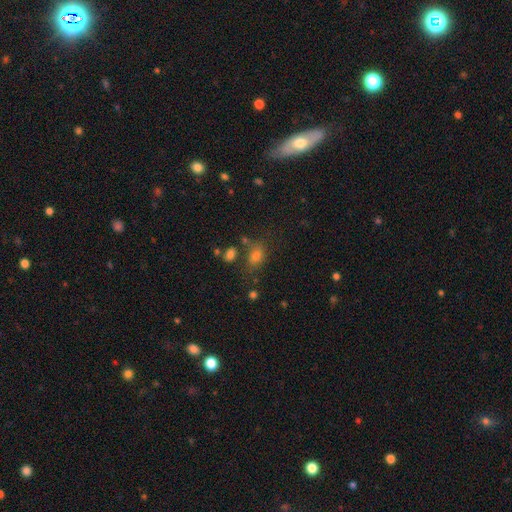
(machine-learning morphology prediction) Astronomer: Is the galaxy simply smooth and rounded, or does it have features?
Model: smooth — 69%.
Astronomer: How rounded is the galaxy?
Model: in between — 73%.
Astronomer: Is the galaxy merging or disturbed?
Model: none — 63%.